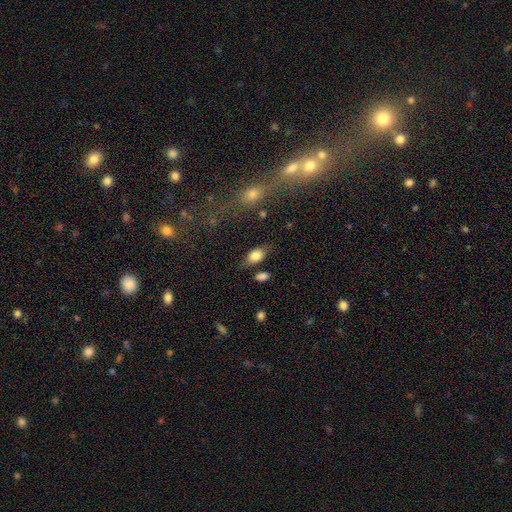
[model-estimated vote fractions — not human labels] smooth-or-featured: smooth: 81% | featured or disk: 11% | star or artifact: 8%
  how-rounded: in between: 90% | round: 7% | cigar-shaped: 3%
  merging: none: 73% | minor disturbance: 17% | merger: 6% | major disturbance: 4%